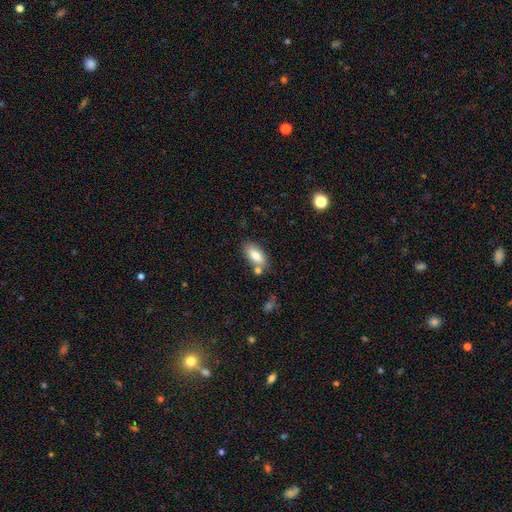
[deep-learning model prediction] This appears to be a smooth galaxy with no disk features (79%) that is in between round and cigar-shaped (91%). Merging: none (66%).